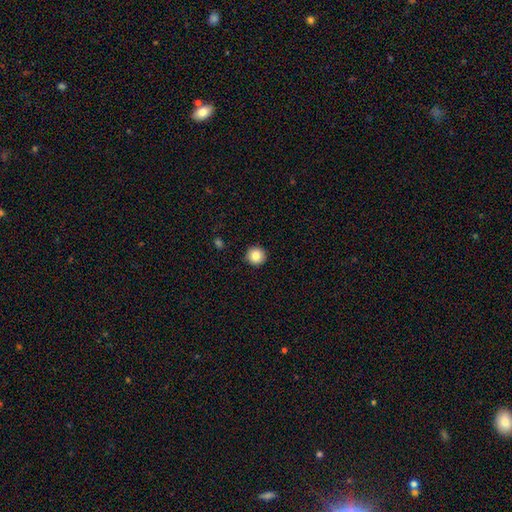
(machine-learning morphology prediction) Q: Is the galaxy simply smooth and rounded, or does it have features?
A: smooth — 85%.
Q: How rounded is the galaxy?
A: round — 96%.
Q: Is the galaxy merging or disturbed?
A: none — 92%.